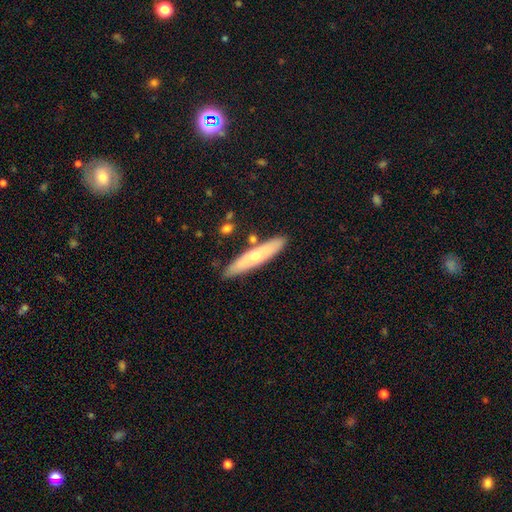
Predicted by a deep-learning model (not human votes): Smooth or featured? Predicted: smooth (p=0.54). How rounded? Predicted: cigar-shaped (p=0.85). Merging? Predicted: none (p=0.84).